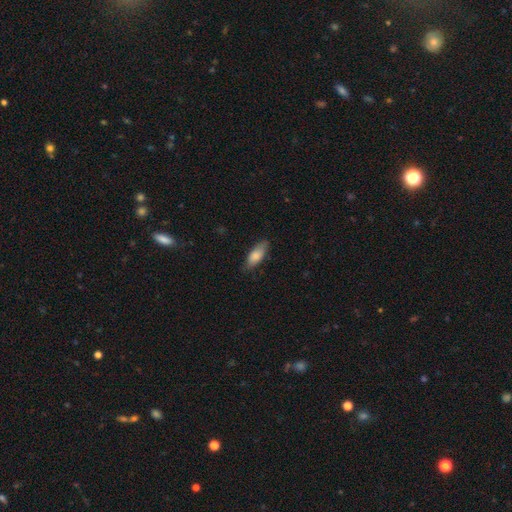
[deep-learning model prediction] Q: Smooth or featured?
A: smooth (81%); runner-up: featured or disk (13%)
Q: How rounded?
A: in between (74%); runner-up: cigar-shaped (24%)
Q: Merging?
A: none (78%); runner-up: minor disturbance (17%)